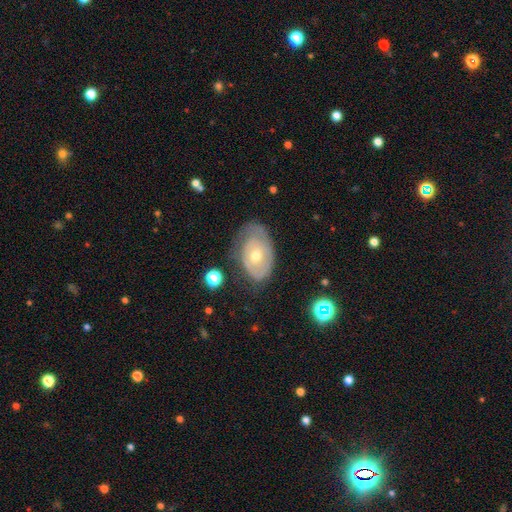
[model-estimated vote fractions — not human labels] A featured or disk galaxy (60%) with no bar (82%), spiral arms (56%) and a moderate central bulge (56%).

Vote fractions:
- Smooth or featured? featured or disk: 60% / smooth: 32% / star or artifact: 7%
- Edge-on disk? no: 93% / yes: 7%
- Bar? no: 82% / weak: 15% / strong: 3%
- Spiral arms? yes: 56% / no: 44%
- Bulge size? moderate: 56% / small: 40% / large: 2% / none: 1% / dominant: 1%
- Merging? none: 54% / minor disturbance: 30% / major disturbance: 14% / merger: 2%